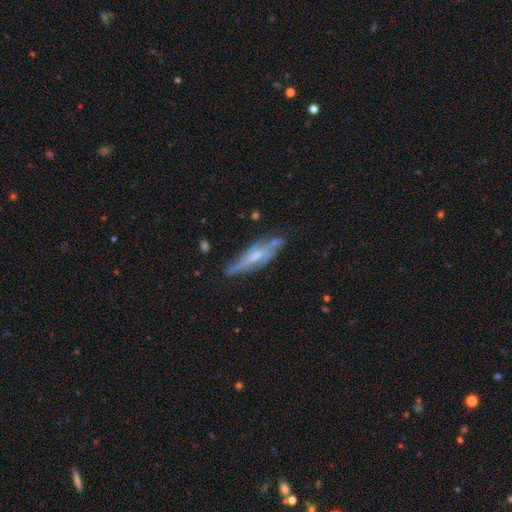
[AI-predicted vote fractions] This is likely a featured or disk galaxy (62%). It is possibly viewed edge-on (59%). Merging: likely none (61%).